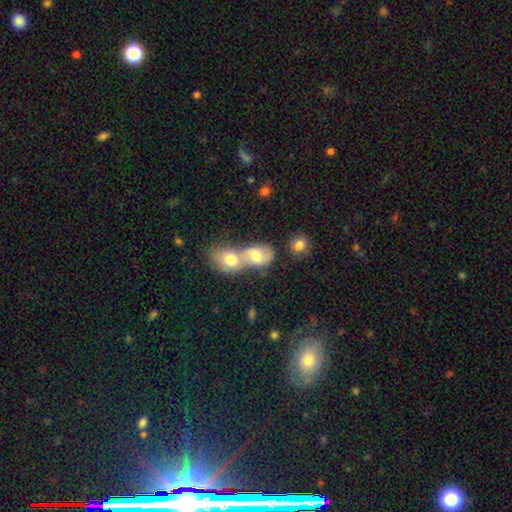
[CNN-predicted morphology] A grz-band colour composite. It shows a smooth galaxy with no disk features (66%) that is in between round and cigar-shaped (64%). Merging: merger (74%).